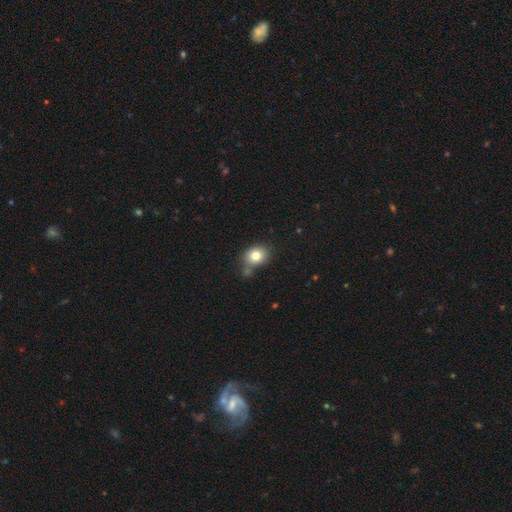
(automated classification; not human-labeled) Overall: smooth (81%). How rounded: round (54%; in between 45%). Merging: none (65%).